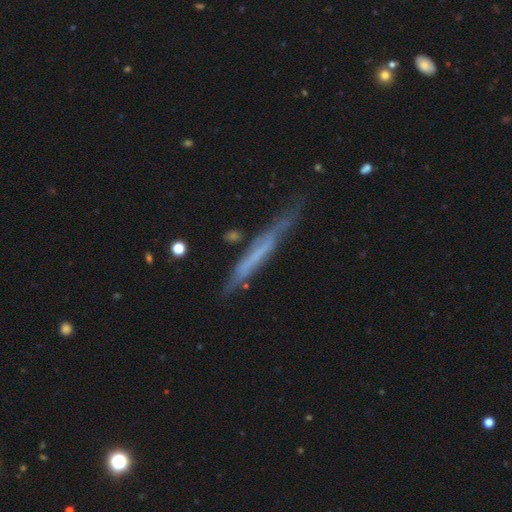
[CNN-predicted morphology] type=featured or disk (56%); edge-on=yes (86%); merging=none (68%).